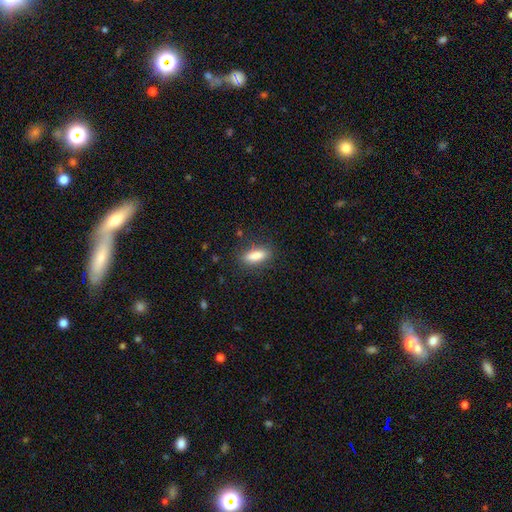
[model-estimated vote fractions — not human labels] smooth_or_featured: smooth (p=0.83) [alt: featured or disk p=0.09]
how_rounded: in between (p=0.66) [alt: cigar-shaped p=0.31]
merging: none (p=0.83) [alt: minor disturbance p=0.12]